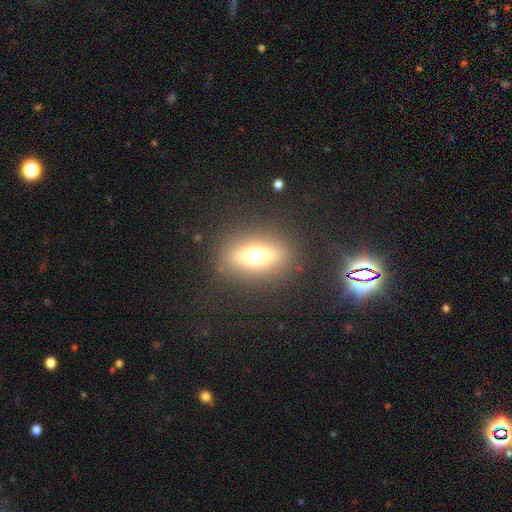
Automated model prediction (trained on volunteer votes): smooth-or-featured: smooth: 52% | featured or disk: 33% | star or artifact: 15%
  how-rounded: in between: 59% | round: 30% | cigar-shaped: 11%
  merging: none: 84% | minor disturbance: 9% | major disturbance: 5% | merger: 2%